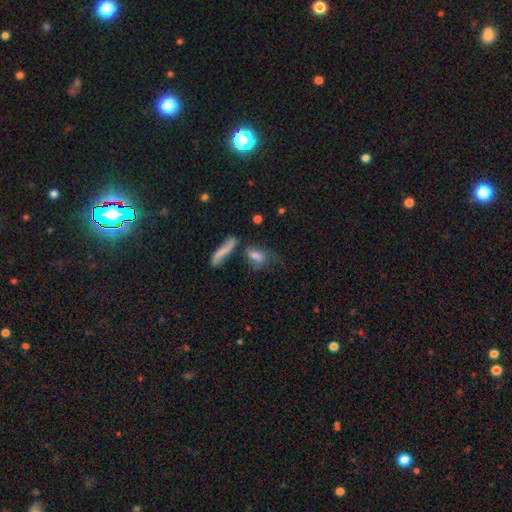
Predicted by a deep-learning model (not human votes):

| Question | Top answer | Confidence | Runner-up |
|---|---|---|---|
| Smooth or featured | smooth | 68% | featured or disk (21%) |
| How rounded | in between | 67% | cigar-shaped (25%) |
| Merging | none | 37% | merger (25%) |